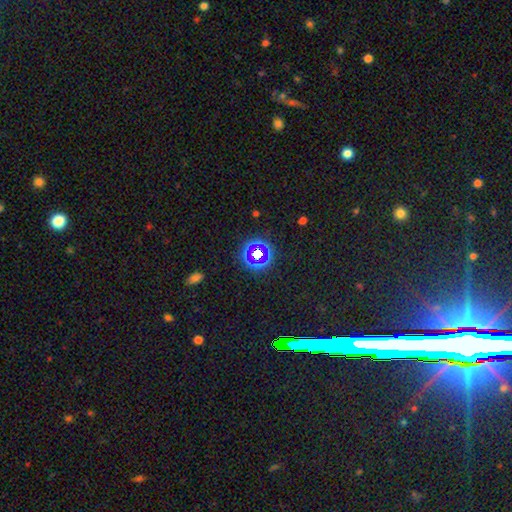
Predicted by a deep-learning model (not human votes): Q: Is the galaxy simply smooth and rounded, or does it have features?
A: star or artifact — 62%.